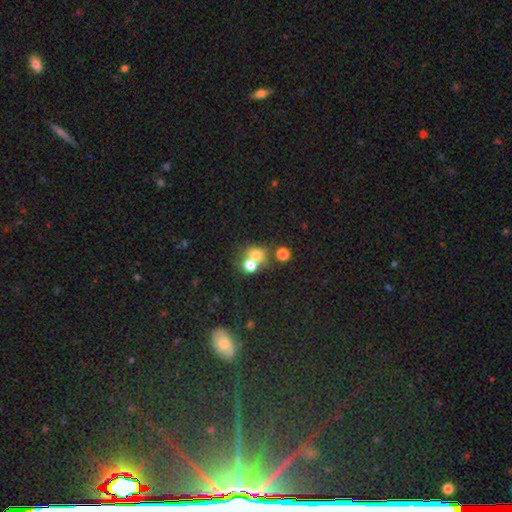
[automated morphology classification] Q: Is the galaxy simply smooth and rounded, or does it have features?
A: smooth — 71%.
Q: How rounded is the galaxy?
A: round — 69%.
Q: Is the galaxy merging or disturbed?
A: merger — 50%.